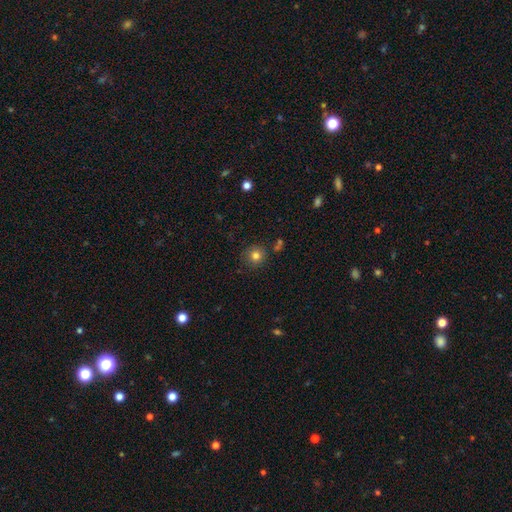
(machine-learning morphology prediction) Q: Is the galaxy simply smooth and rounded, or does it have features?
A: smooth — 80%.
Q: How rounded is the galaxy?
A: round — 92%.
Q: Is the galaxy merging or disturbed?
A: none — 83%.